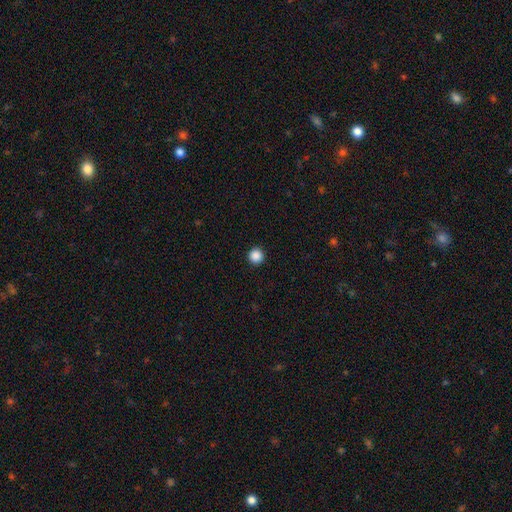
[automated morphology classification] smooth-or-featured: smooth: 88% | star or artifact: 10% | featured or disk: 2%
  how-rounded: round: 96% | in between: 3% | cigar-shaped: 1%
  merging: none: 94% | minor disturbance: 4% | major disturbance: 1% | merger: 1%